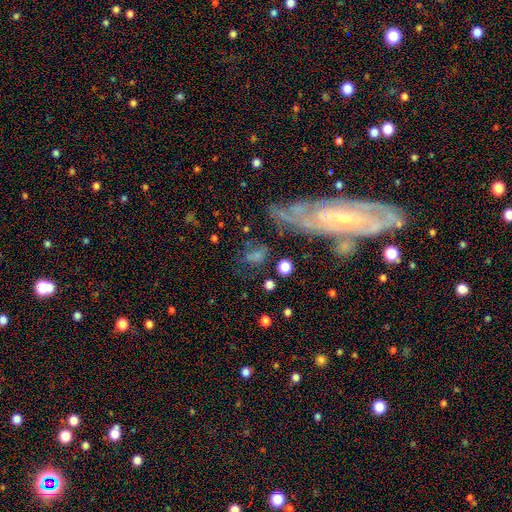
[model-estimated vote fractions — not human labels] Morphology: type=smooth (53%); roundness=in between (57%); merging=none (51%).